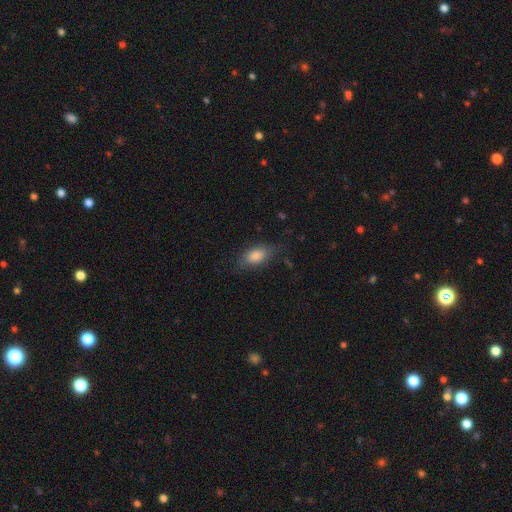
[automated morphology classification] This is likely a smooth galaxy (80%). How rounded: clearly in between (87%). Merging: likely none (71%).